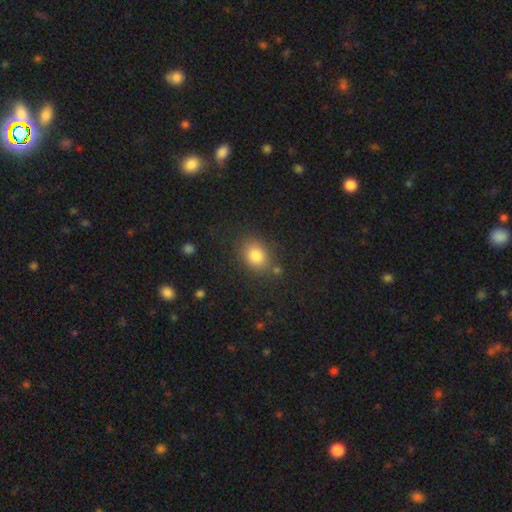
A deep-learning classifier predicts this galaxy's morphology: This is clearly a smooth galaxy (83%). How rounded: possibly in between (59%). Merging: likely none (76%).